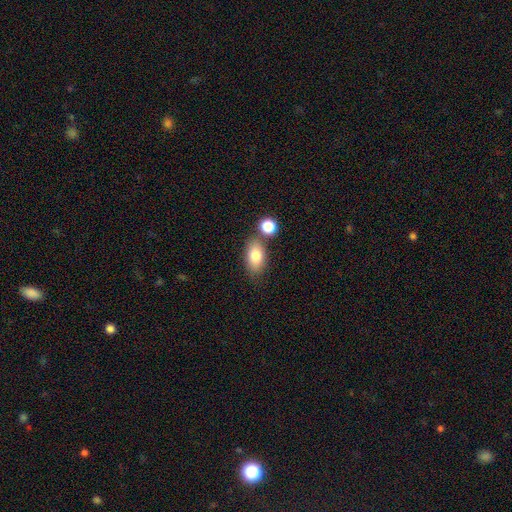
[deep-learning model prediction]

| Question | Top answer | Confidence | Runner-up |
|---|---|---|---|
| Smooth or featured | smooth | 81% | featured or disk (11%) |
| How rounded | in between | 89% | round (8%) |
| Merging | none | 67% | merger (17%) |